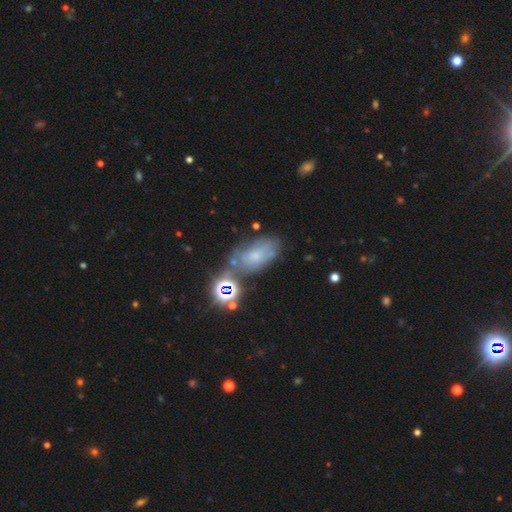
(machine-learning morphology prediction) A smooth galaxy with no disk features (43%).

Vote fractions:
- Smooth or featured? smooth: 43% / featured or disk: 34% / star or artifact: 23%
- Merging? none: 49% / minor disturbance: 25% / merger: 14% / major disturbance: 13%